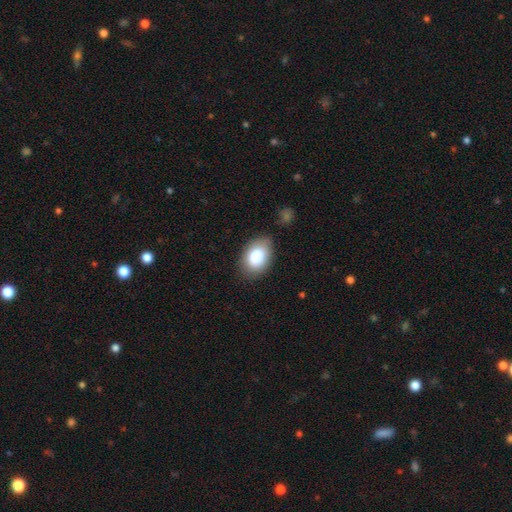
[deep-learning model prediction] A smooth galaxy with no disk features (82%) that is in between round and cigar-shaped (87%). Merging: none (79%).